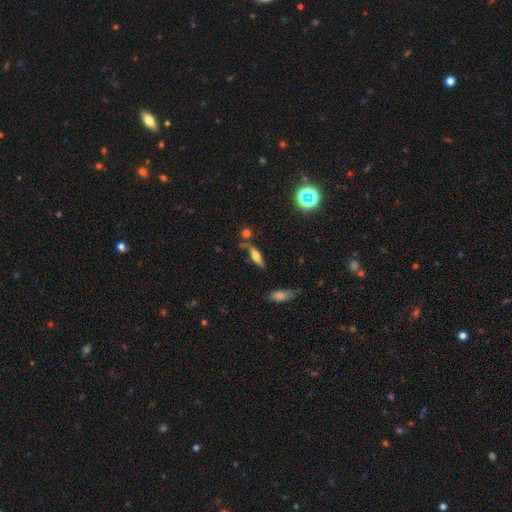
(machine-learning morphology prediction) Smooth or featured? smooth (52%)
How rounded? cigar-shaped (52%)
Merging? none (60%)